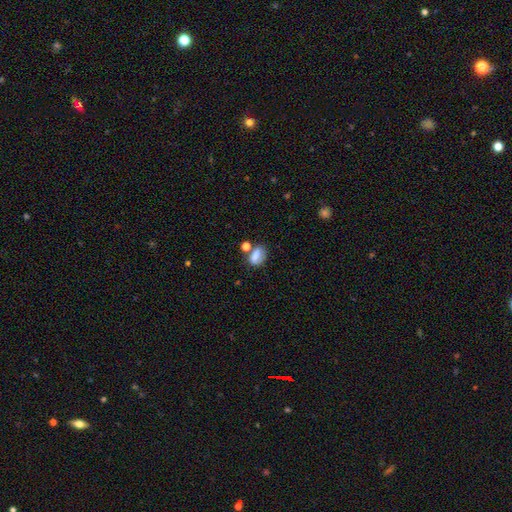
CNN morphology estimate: Smooth or featured?
  - smooth: 72% *
  - featured or disk: 16%
  - star or artifact: 12%
How rounded?
  - in between: 69% *
  - round: 27%
  - cigar-shaped: 4%
Merging?
  - none: 53% *
  - merger: 21%
  - minor disturbance: 18%
  - major disturbance: 8%